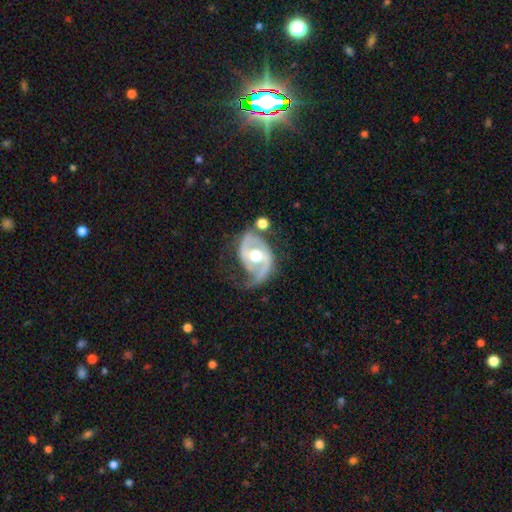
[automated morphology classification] Smooth or featured: featured or disk — 86% (smooth — 10%)
Edge-on disk: no — 97% (yes — 3%)
Bar: no — 47% (weak — 35%)
Spiral arms: yes — 90% (no — 10%)
Spiral winding: medium — 45% (tight — 29%)
Spiral arm count: 2 — 67% (1 — 24%)
Bulge size: moderate — 71% (large — 20%)
Merging: none — 42% (major disturbance — 25%)